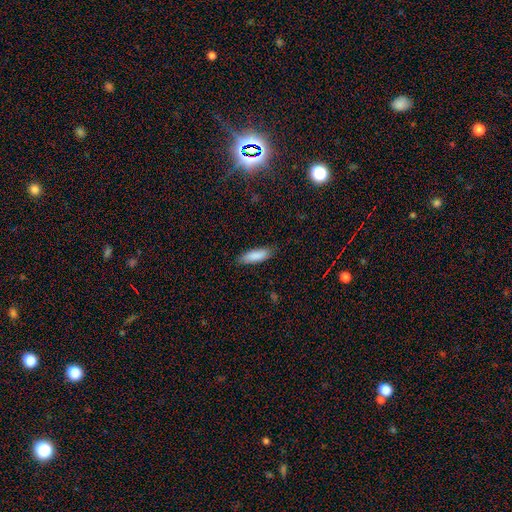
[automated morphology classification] This appears to be a smooth galaxy with no disk features (87%) that is in between round and cigar-shaped (55%). Merging: none (83%).